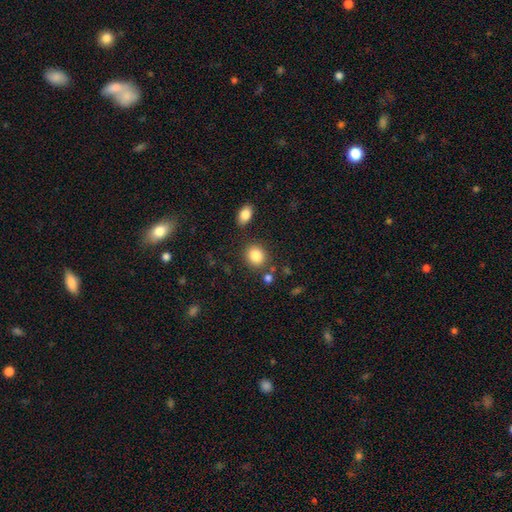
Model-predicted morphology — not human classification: Smooth or featured? smooth (85%)
How rounded? round (73%)
Merging? none (81%)